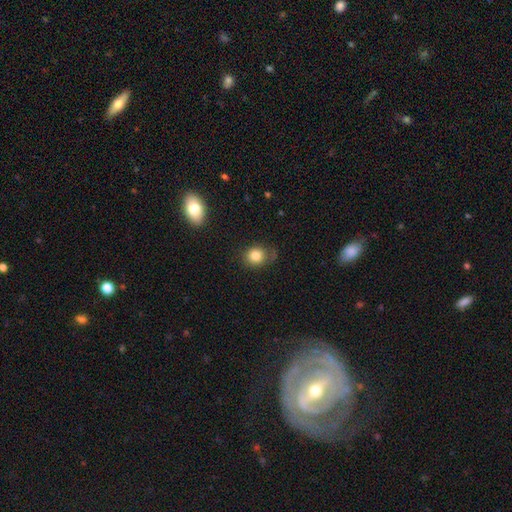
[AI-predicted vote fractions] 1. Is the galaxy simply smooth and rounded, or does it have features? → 82% smooth, 11% star or artifact, 8% featured or disk.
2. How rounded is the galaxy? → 69% round, 30% in between, 1% cigar-shaped.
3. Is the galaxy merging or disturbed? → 69% none, 21% minor disturbance, 8% major disturbance, 2% merger.